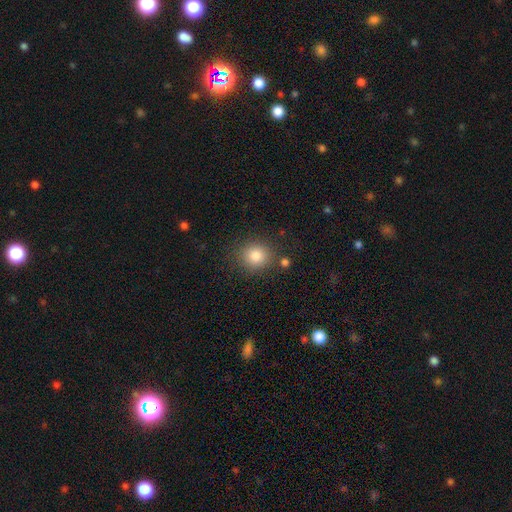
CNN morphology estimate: smooth 82%, star or artifact 11%, featured or disk 7%. Down the decision tree: how rounded — round (86%); merging — none (82%).